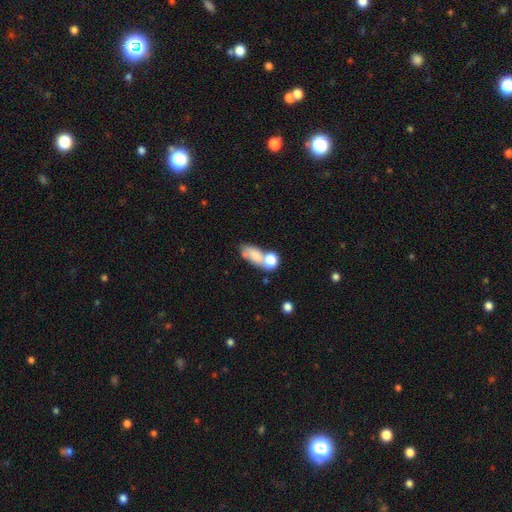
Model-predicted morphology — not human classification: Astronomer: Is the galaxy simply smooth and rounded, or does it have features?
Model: smooth — 73%.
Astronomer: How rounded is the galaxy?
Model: in between — 80%.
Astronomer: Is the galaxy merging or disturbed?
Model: merger — 48% (runner-up: none, 29%).